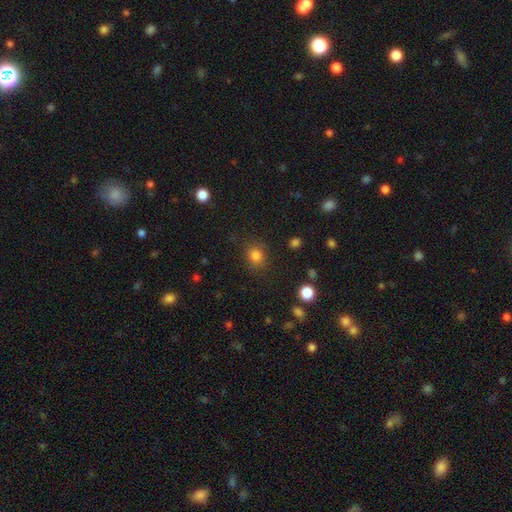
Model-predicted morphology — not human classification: This appears to be a smooth galaxy with no disk features (82%) that is round (69%). Merging: none (83%).